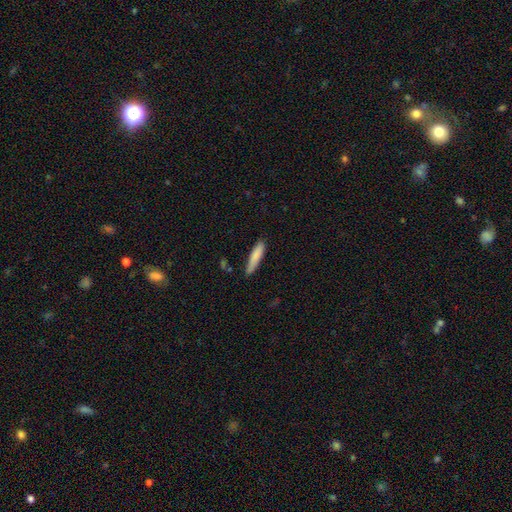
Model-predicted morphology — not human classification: Q: Smooth or featured?
A: smooth (83%); runner-up: featured or disk (11%)
Q: How rounded?
A: cigar-shaped (84%); runner-up: in between (14%)
Q: Merging?
A: none (75%); runner-up: minor disturbance (19%)